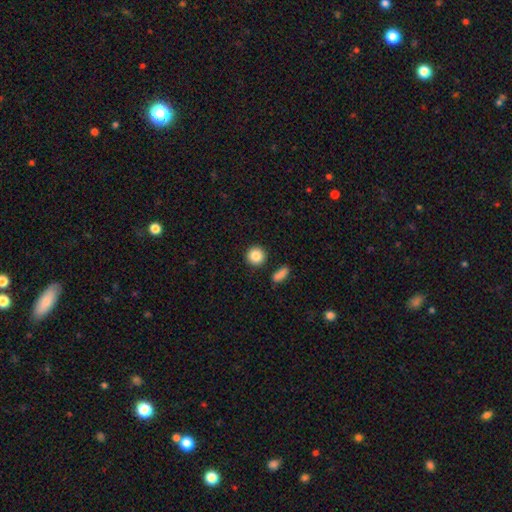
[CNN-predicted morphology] smooth-or-featured: smooth: 87% | star or artifact: 8% | featured or disk: 5%
  how-rounded: round: 92% | in between: 7% | cigar-shaped: 1%
  merging: none: 88% | minor disturbance: 6% | merger: 4% | major disturbance: 2%